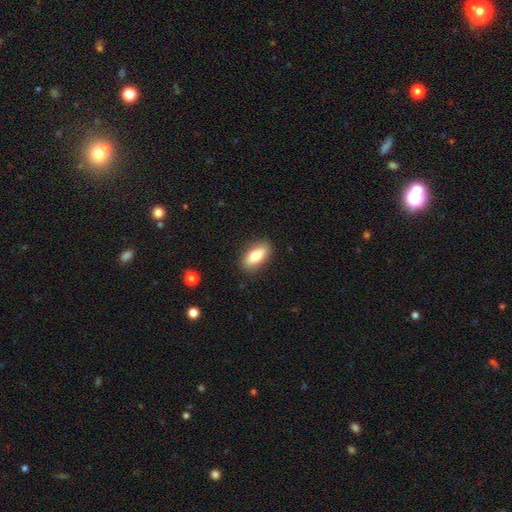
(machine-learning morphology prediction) A smooth galaxy with no disk features (78%) that is in between round and cigar-shaped (85%). Merging: none (87%).